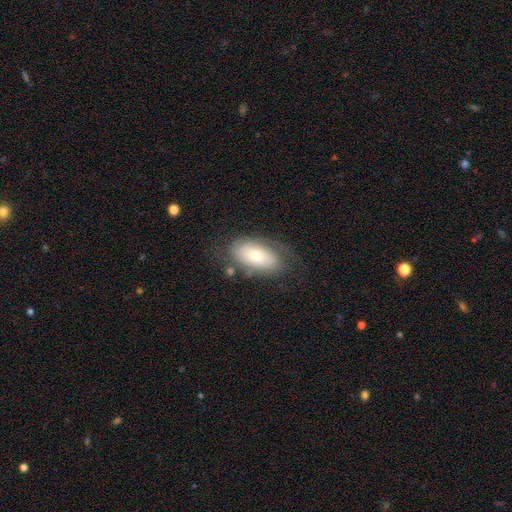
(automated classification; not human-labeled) Overall: smooth (55%; featured or disk 38%). How rounded: in between (92%). Merging: none (63%).